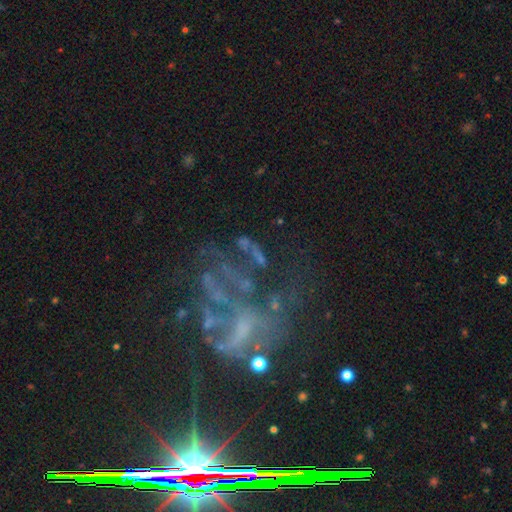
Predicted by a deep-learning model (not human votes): This is possibly a featured or disk galaxy (54%). It is clearly not viewed edge-on (94%). Bar: likely no (64%). Spiral arm pattern: possibly no (51%). Central bulge: marginally none (44%). Merging: marginally none (45%).